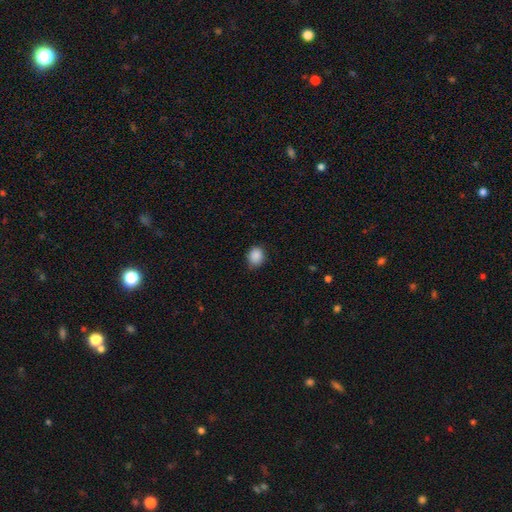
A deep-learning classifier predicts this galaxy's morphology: smooth-or-featured: smooth: 88% | star or artifact: 9% | featured or disk: 3%
  how-rounded: round: 69% | in between: 30% | cigar-shaped: 1%
  merging: none: 79% | minor disturbance: 17% | major disturbance: 3% | merger: 1%